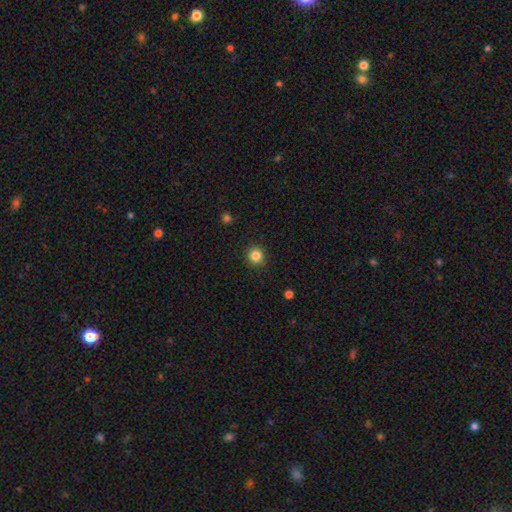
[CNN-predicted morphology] A smooth galaxy with no disk features (84%) that is round (93%). Merging: none (92%).